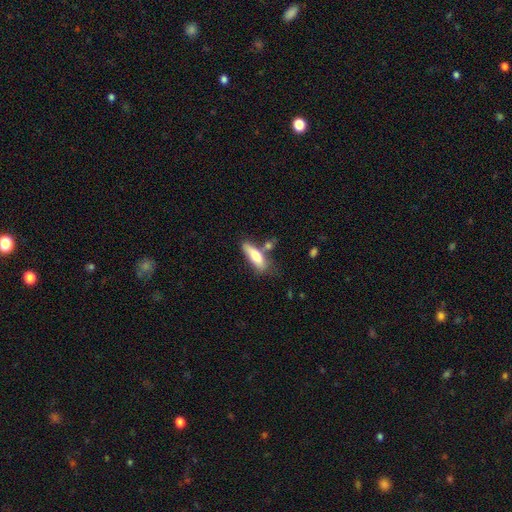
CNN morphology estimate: This appears to be a smooth galaxy with no disk features (72%) that is in between round and cigar-shaped (50%). Merging: none (47%).